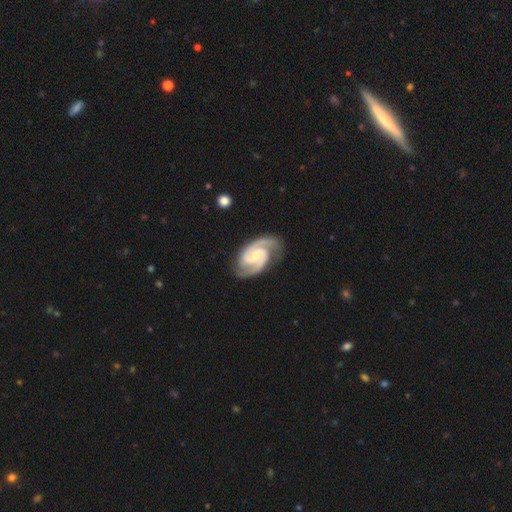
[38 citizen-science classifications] This appears to be a featured or disk galaxy (89%) with a weak bar (48%), 2 (88%) medium (50%) spiral arms (97%) and a small central bulge (55%). Merging: none (89%).